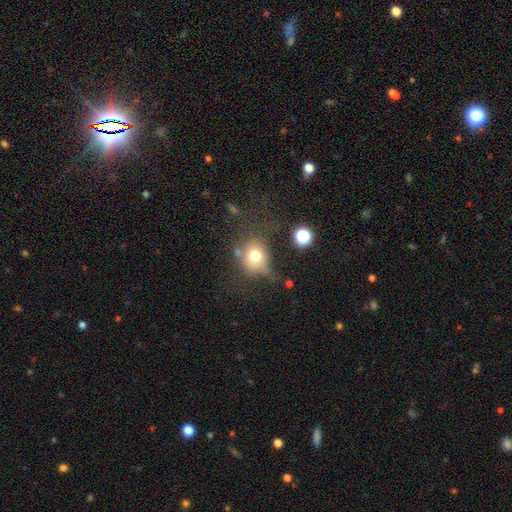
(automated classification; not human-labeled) A smooth galaxy with no disk features (70%) that is round (72%). Merging: none (52%).